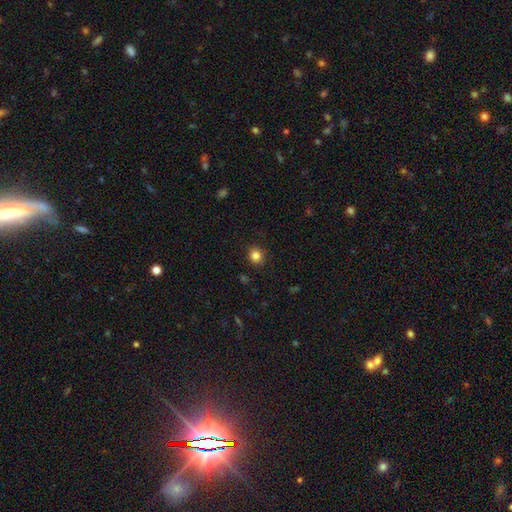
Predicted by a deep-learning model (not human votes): smooth_or_featured: smooth (p=0.84) [alt: star or artifact p=0.12]
how_rounded: round (p=0.83) [alt: in between p=0.16]
merging: none (p=0.90) [alt: minor disturbance p=0.07]